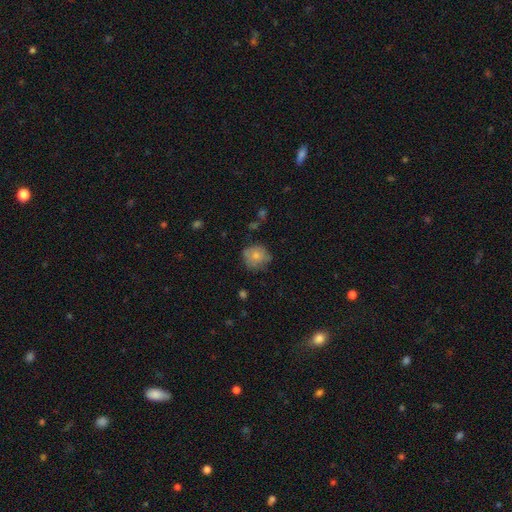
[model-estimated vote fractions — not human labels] The model was most divided on "merging": none: 65%, minor disturbance: 26%, major disturbance: 7%, merger: 2%. More confident: how rounded — round (82%); smooth or featured — smooth (74%).